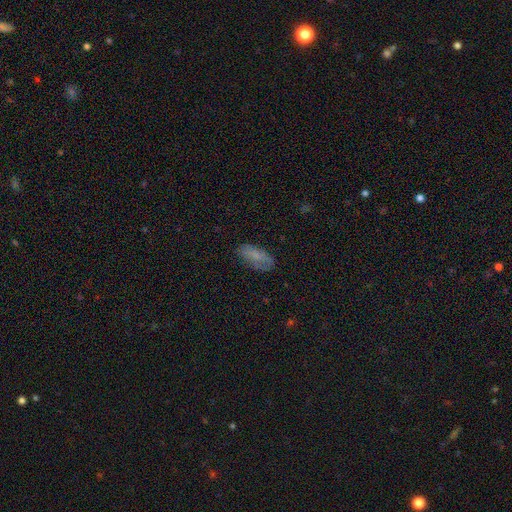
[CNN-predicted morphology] This appears to be a smooth galaxy with no disk features (69%) that is in between round and cigar-shaped (83%). Merging: none (67%).